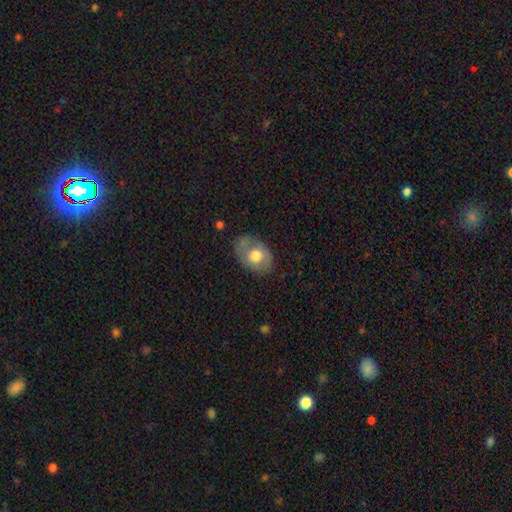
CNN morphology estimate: This is possibly a smooth galaxy (57%). How rounded: likely in between (73%). Merging: likely none (68%).